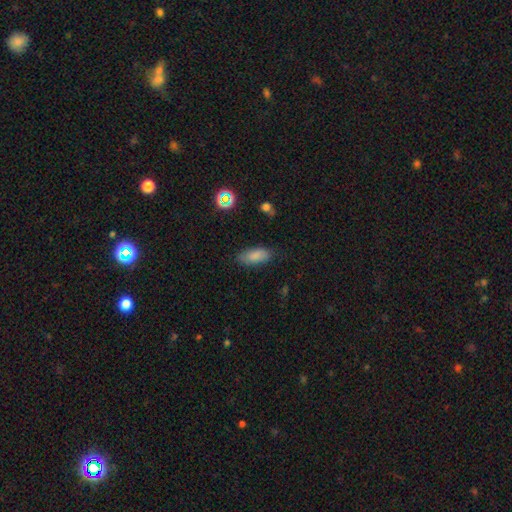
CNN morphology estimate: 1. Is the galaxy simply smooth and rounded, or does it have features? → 83% smooth, 10% star or artifact, 7% featured or disk.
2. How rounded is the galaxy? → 85% in between, 13% cigar-shaped, 3% round.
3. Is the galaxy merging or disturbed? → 78% none, 16% minor disturbance, 4% major disturbance, 2% merger.